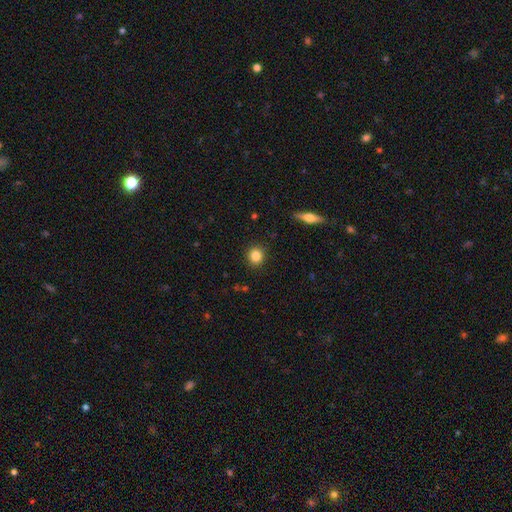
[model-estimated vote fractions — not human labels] Smooth or featured? smooth (84%)
How rounded? round (86%)
Merging? none (89%)